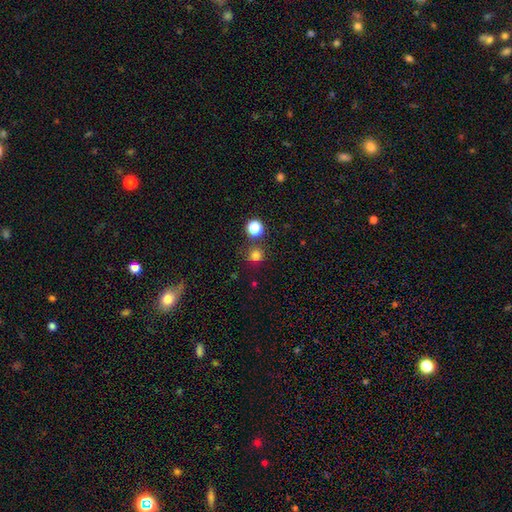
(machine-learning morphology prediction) type=smooth (77%); roundness=round (93%); merging=none (79%).